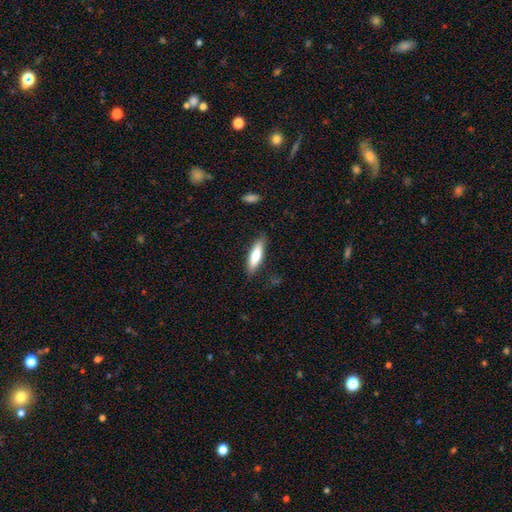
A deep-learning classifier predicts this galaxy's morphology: Q: Smooth or featured?
A: smooth (67%); runner-up: featured or disk (28%)
Q: How rounded?
A: cigar-shaped (60%); runner-up: in between (38%)
Q: Merging?
A: none (85%); runner-up: minor disturbance (12%)